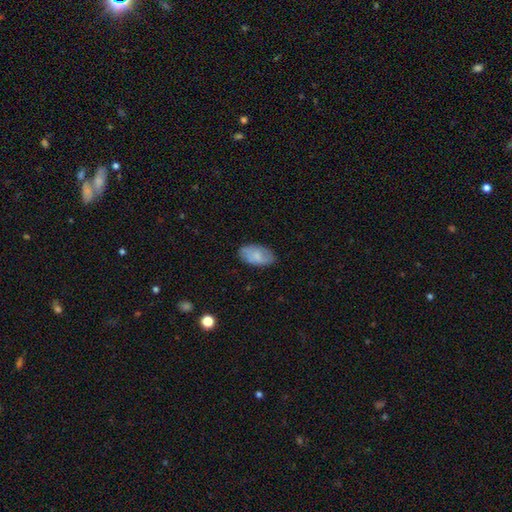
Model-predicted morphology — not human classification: type=smooth (74%); roundness=in between (95%); merging=none (81%).